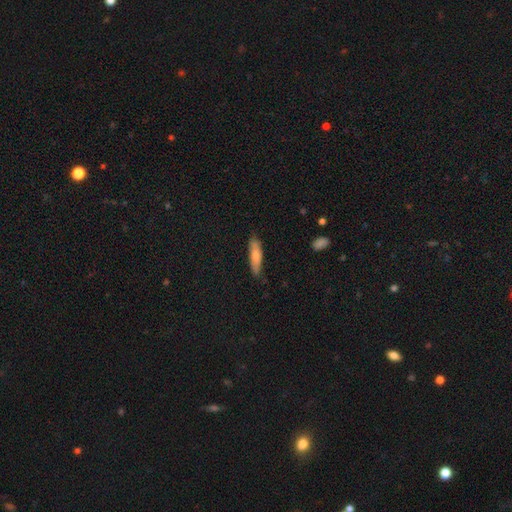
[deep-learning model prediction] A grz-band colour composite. It shows a smooth galaxy with no disk features (75%) that is cigar-shaped (72%). Merging: none (77%).